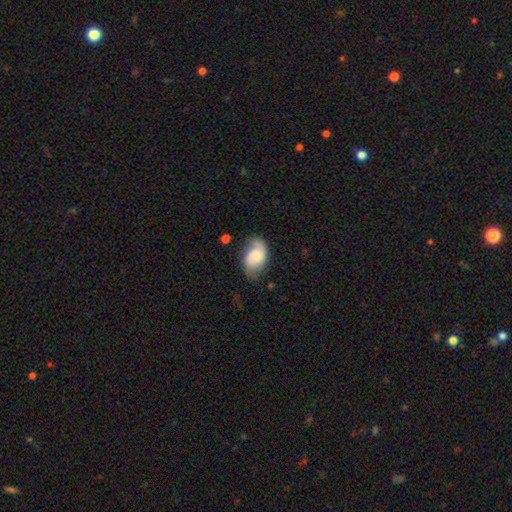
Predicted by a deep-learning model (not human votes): A featured or disk galaxy (49%). Merging: none (60%).